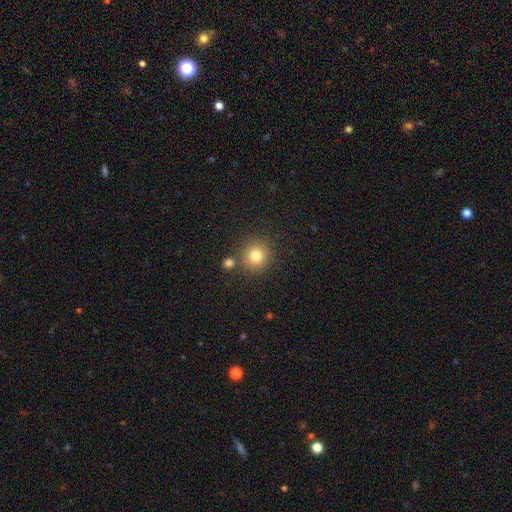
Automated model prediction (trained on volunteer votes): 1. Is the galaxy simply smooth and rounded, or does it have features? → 80% smooth, 13% star or artifact, 8% featured or disk.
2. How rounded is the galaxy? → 92% round, 7% in between, 1% cigar-shaped.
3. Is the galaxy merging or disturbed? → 81% none, 8% merger, 8% minor disturbance, 3% major disturbance.